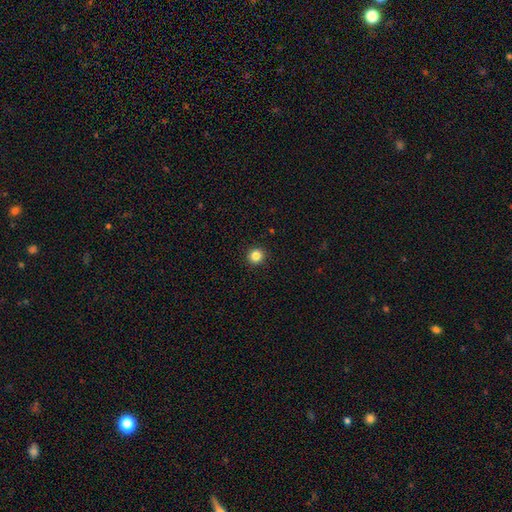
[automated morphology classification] A smooth galaxy with no disk features (84%) that is round (94%).

Vote fractions:
- Smooth or featured? smooth: 84% / star or artifact: 12% / featured or disk: 4%
- How rounded? round: 94% / in between: 5% / cigar-shaped: 1%
- Merging? none: 93% / minor disturbance: 4% / major disturbance: 2% / merger: 1%